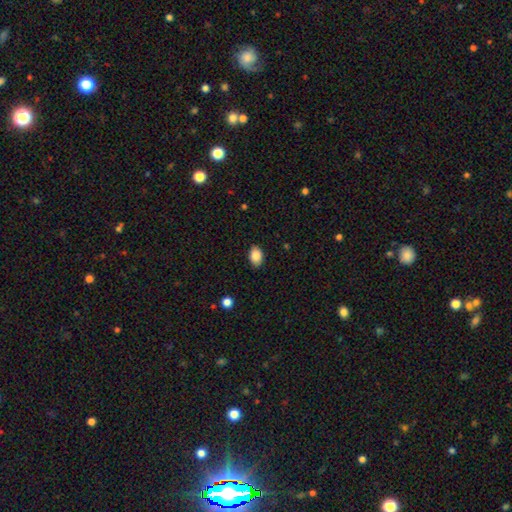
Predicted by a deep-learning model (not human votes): smooth 88%, star or artifact 8%, featured or disk 4%. Down the decision tree: how rounded — in between (85%); merging — none (88%).